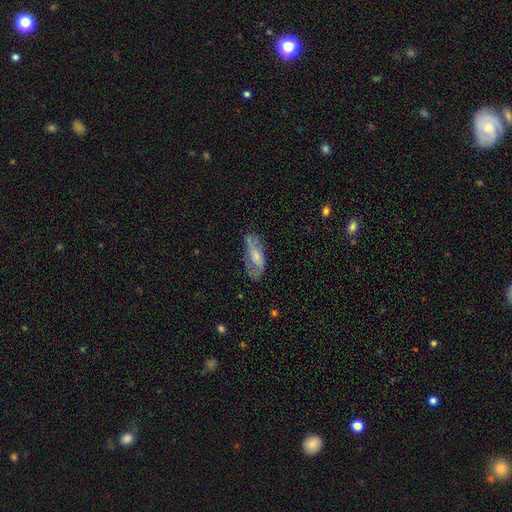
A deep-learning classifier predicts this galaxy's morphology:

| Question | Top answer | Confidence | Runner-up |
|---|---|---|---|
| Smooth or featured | smooth | 52% | featured or disk (40%) |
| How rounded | in between | 76% | cigar-shaped (22%) |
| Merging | none | 51% | minor disturbance (29%) |